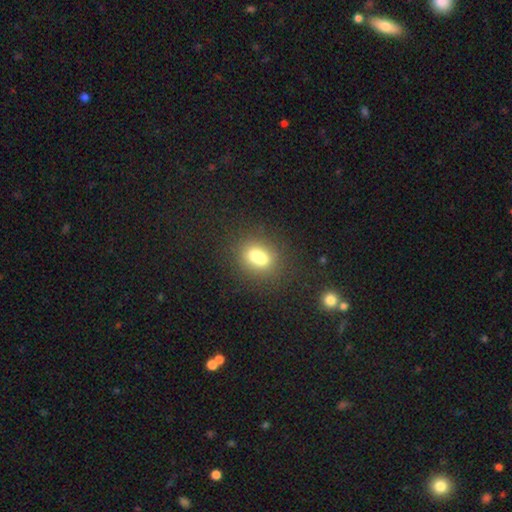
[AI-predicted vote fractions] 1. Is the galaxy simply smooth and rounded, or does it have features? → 68% smooth, 20% featured or disk, 12% star or artifact.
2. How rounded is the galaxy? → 50% round, 48% in between, 2% cigar-shaped.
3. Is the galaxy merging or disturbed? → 47% merger, 39% none, 10% minor disturbance, 4% major disturbance.